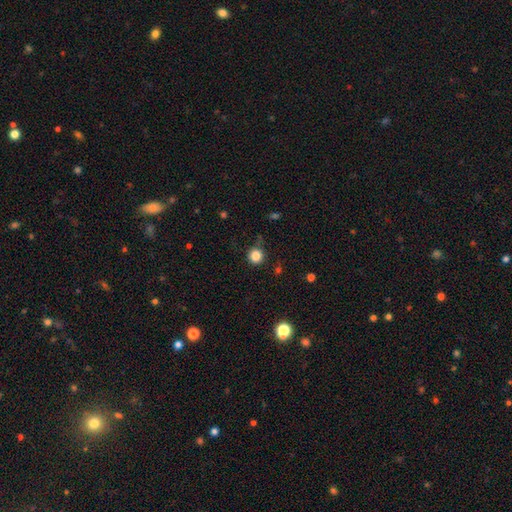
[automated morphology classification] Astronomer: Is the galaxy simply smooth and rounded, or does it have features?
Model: smooth — 84%.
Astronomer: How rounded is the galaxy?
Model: round — 94%.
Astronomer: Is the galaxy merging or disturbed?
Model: none — 82%.